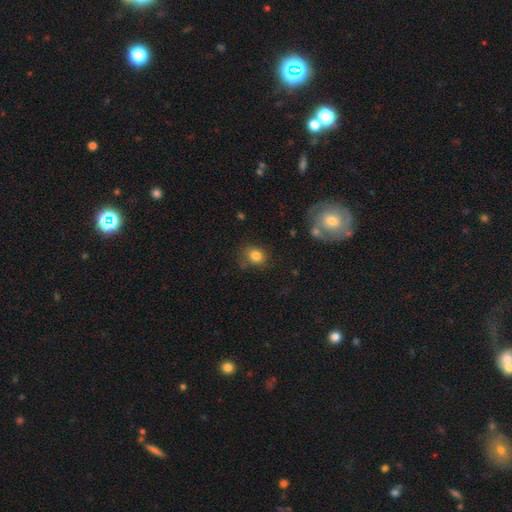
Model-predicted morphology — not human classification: smooth 83%, star or artifact 10%, featured or disk 7%. Down the decision tree: how rounded — round (56%); merging — none (67%).